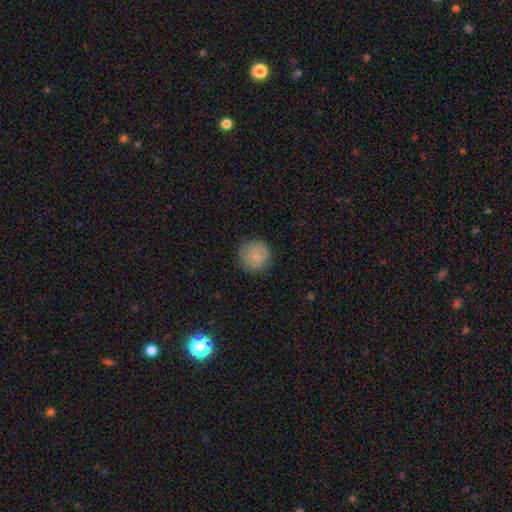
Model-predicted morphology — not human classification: smooth 73%, featured or disk 19%, star or artifact 8%. Down the decision tree: how rounded — round (92%); merging — none (81%).